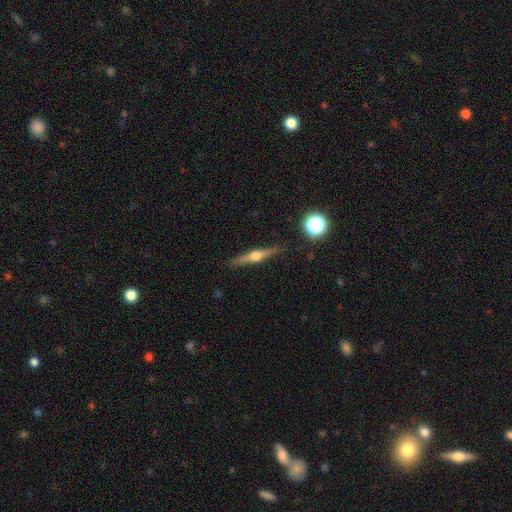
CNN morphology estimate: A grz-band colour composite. It shows a featured or disk galaxy (68%) viewed edge-on (97%) with a rounded central bulge (92%). Merging: none (88%).